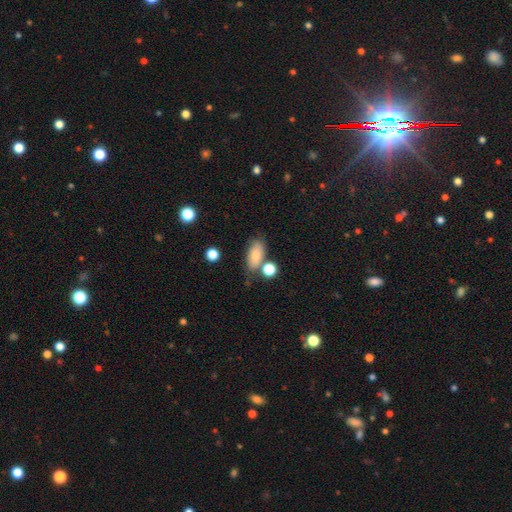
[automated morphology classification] The model was most divided on "merging": none: 63%, minor disturbance: 18%, merger: 14%, major disturbance: 6%. More confident: how rounded — in between (85%); smooth or featured — smooth (81%).